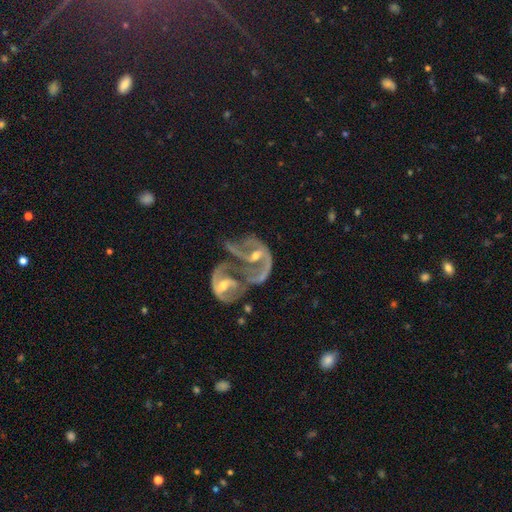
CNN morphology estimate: This is clearly a featured or disk galaxy (82%). It is clearly not viewed edge-on (97%). Bar: possibly no (50%). Spiral arm pattern: clearly yes (83%). Spiral arm count: possibly 2 (49%). Spiral winding: marginally medium (41%). Central bulge: possibly moderate (49%). Merging: likely merger (72%).